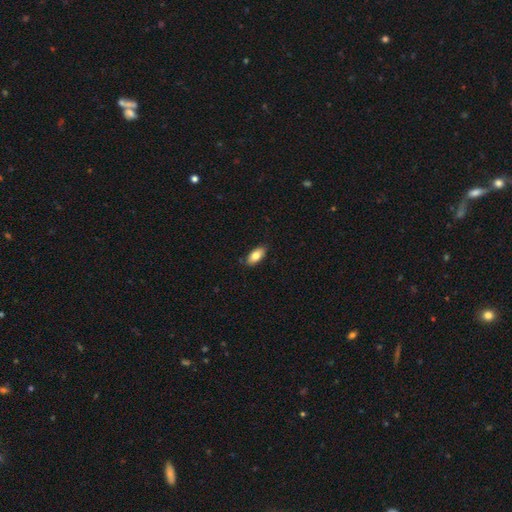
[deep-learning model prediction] Q: Smooth or featured?
A: smooth (81%); runner-up: featured or disk (13%)
Q: How rounded?
A: in between (91%); runner-up: cigar-shaped (6%)
Q: Merging?
A: none (87%); runner-up: minor disturbance (10%)